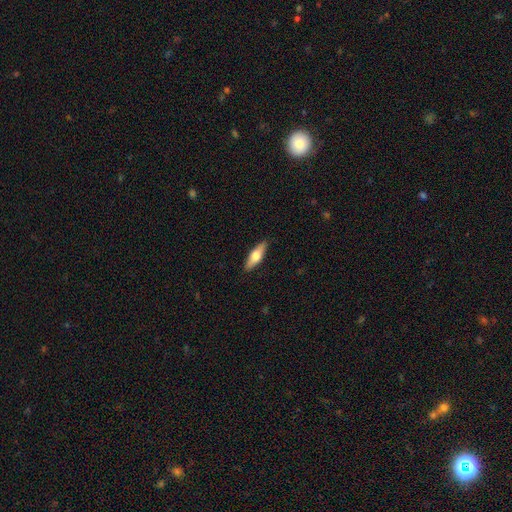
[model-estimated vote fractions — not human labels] The model was most divided on "how rounded": in between: 50%, cigar-shaped: 47%, round: 3%. More confident: merging — none (89%); smooth or featured — smooth (56%).